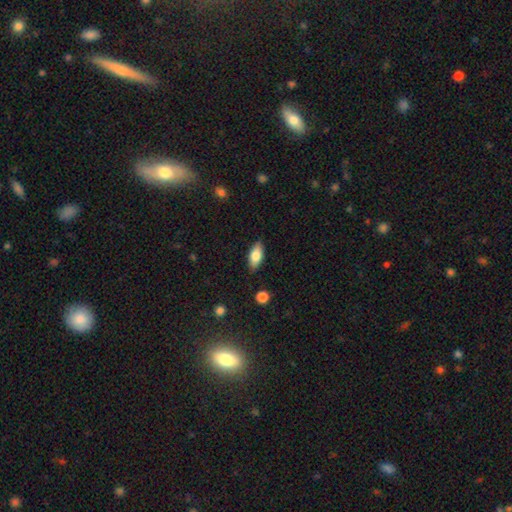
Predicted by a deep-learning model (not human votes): A smooth galaxy with no disk features (78%) that is in between round and cigar-shaped (86%).

Vote fractions:
- Smooth or featured? smooth: 78% / featured or disk: 15% / star or artifact: 7%
- How rounded? in between: 86% / cigar-shaped: 11% / round: 3%
- Merging? none: 86% / minor disturbance: 11% / major disturbance: 2% / merger: 1%